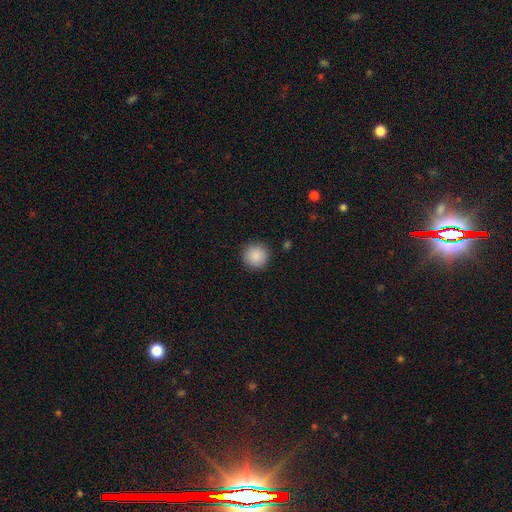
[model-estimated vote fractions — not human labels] smooth_or_featured: smooth (p=0.88) [alt: star or artifact p=0.08]
how_rounded: round (p=0.95) [alt: in between p=0.04]
merging: none (p=0.91) [alt: minor disturbance p=0.06]